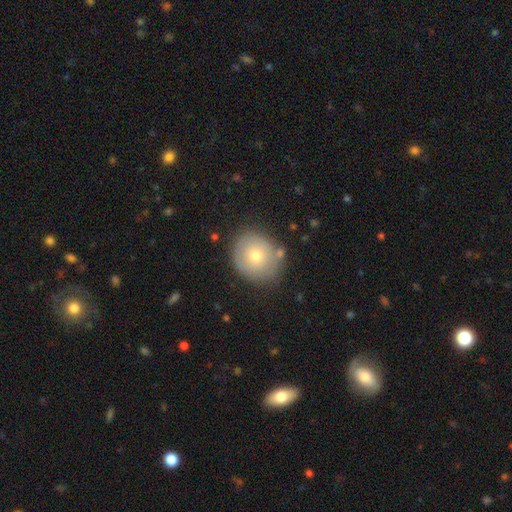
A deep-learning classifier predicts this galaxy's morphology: The model was most divided on "smooth or featured": smooth: 67%, featured or disk: 23%, star or artifact: 9%. More confident: how rounded — round (81%); merging — none (79%).